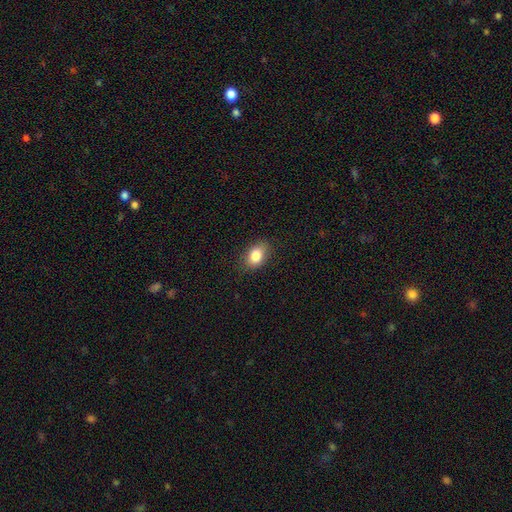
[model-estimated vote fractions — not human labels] Smooth or featured? Predicted: smooth (p=0.83). How rounded? Predicted: in between (p=0.81). Merging? Predicted: none (p=0.84).